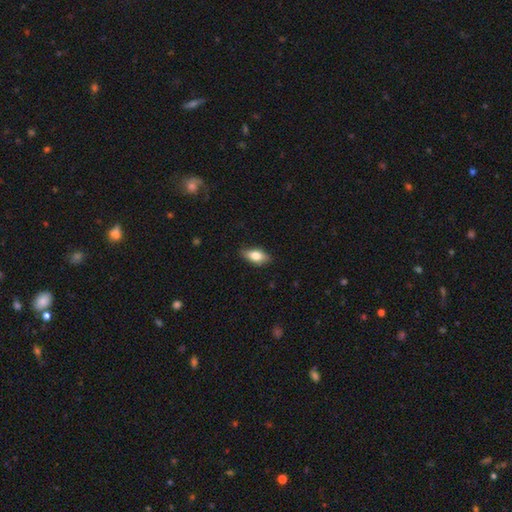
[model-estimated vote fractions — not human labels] Smooth or featured?
  - smooth: 76% *
  - featured or disk: 17%
  - star or artifact: 7%
How rounded?
  - in between: 86% *
  - cigar-shaped: 9%
  - round: 5%
Merging?
  - none: 85% *
  - minor disturbance: 12%
  - major disturbance: 2%
  - merger: 1%